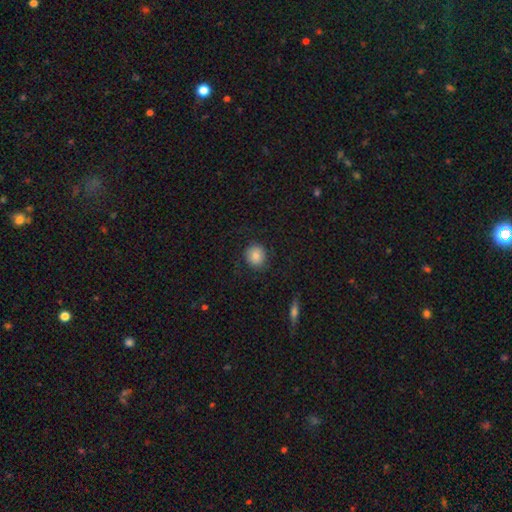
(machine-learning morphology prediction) Overall: smooth (80%). How rounded: round (87%). Merging: none (82%).